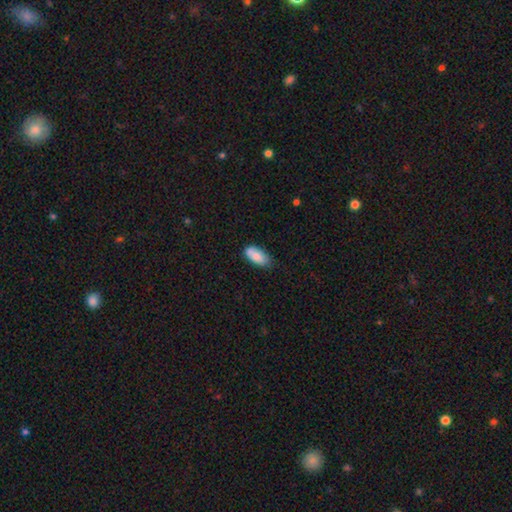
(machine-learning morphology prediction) smooth-or-featured: smooth: 81% | featured or disk: 13% | star or artifact: 7%
  how-rounded: in between: 91% | cigar-shaped: 6% | round: 3%
  merging: none: 64% | minor disturbance: 27% | merger: 5% | major disturbance: 5%